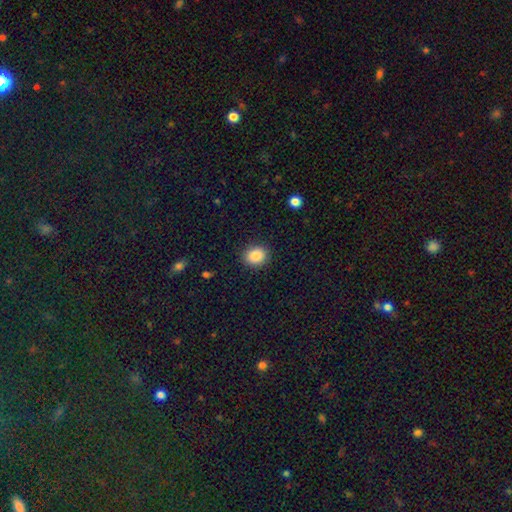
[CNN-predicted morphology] The model was most divided on "how rounded": round: 62%, in between: 37%, cigar-shaped: 1%. More confident: merging — none (89%); smooth or featured — smooth (86%).